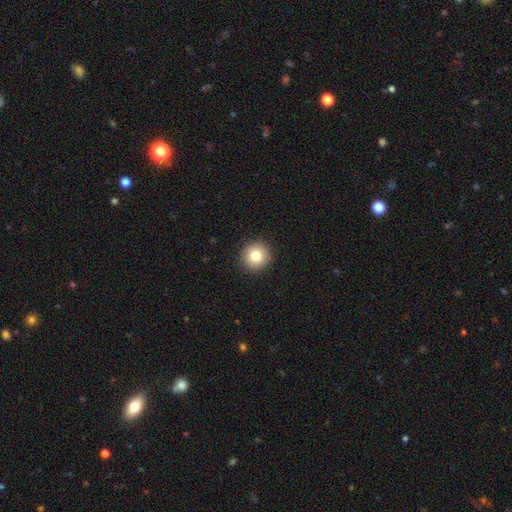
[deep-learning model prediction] This is clearly a smooth galaxy (82%). How rounded: clearly round (93%). Merging: clearly none (92%).